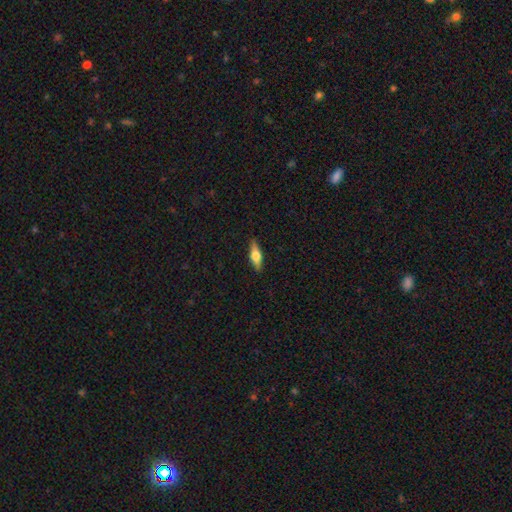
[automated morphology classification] Smooth or featured?
  - smooth: 52% *
  - featured or disk: 42%
  - star or artifact: 6%
How rounded?
  - in between: 52% *
  - cigar-shaped: 45%
  - round: 3%
Merging?
  - none: 88% *
  - minor disturbance: 9%
  - major disturbance: 2%
  - merger: 1%